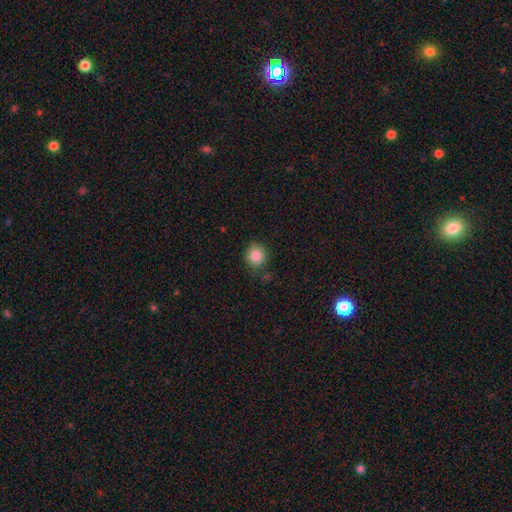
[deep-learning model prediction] A smooth galaxy with no disk features (86%) that is round (86%).

Vote fractions:
- Smooth or featured? smooth: 86% / star or artifact: 10% / featured or disk: 5%
- How rounded? round: 86% / in between: 13% / cigar-shaped: 1%
- Merging? none: 78% / minor disturbance: 15% / major disturbance: 4% / merger: 3%